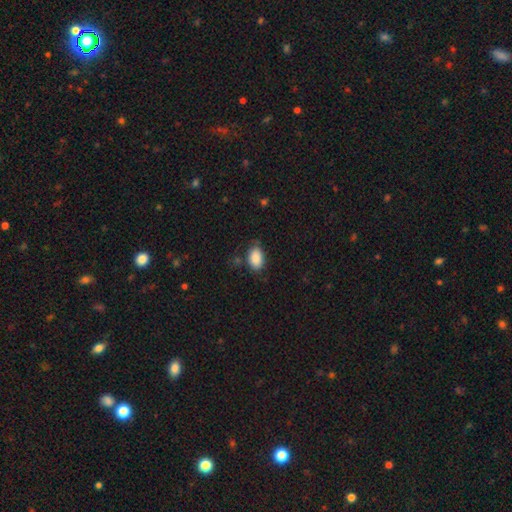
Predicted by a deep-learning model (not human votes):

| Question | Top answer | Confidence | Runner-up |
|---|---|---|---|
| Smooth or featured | smooth | 87% | star or artifact (7%) |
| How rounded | in between | 89% | round (10%) |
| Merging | none | 74% | minor disturbance (19%) |